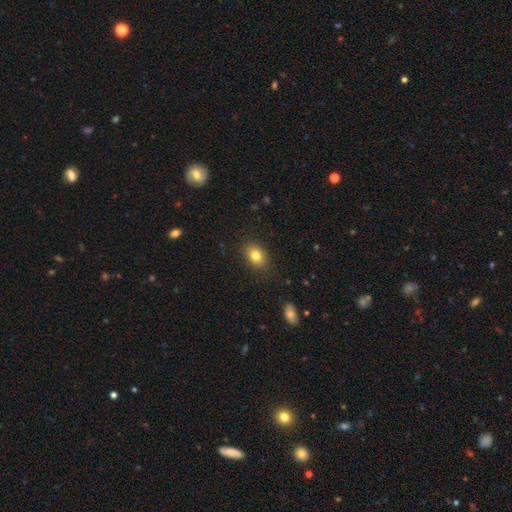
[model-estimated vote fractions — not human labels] A smooth galaxy with no disk features (81%) that is in between round and cigar-shaped (72%).

Vote fractions:
- Smooth or featured? smooth: 81% / star or artifact: 10% / featured or disk: 10%
- How rounded? in between: 72% / round: 26% / cigar-shaped: 1%
- Merging? none: 86% / minor disturbance: 10% / major disturbance: 3% / merger: 1%